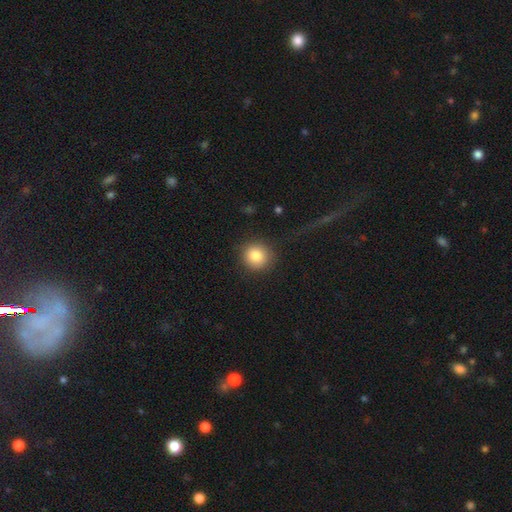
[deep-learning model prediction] This is clearly a smooth galaxy (84%). How rounded: clearly round (90%). Merging: clearly none (85%).